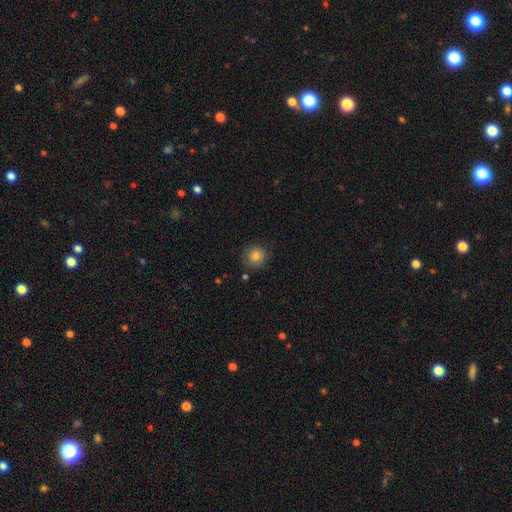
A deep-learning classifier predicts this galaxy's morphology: type=smooth (83%); roundness=round (92%); merging=none (84%).